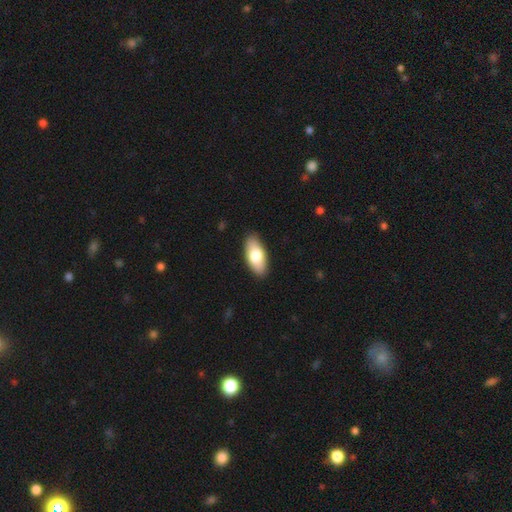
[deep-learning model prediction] Overall: smooth (74%). How rounded: in between (88%). Merging: none (89%).